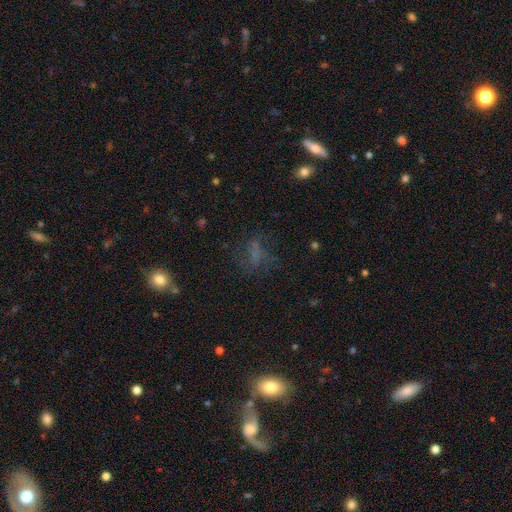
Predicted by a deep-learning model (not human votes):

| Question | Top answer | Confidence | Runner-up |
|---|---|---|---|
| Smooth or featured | smooth | 47% | star or artifact (28%) |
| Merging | none | 50% | major disturbance (27%) |